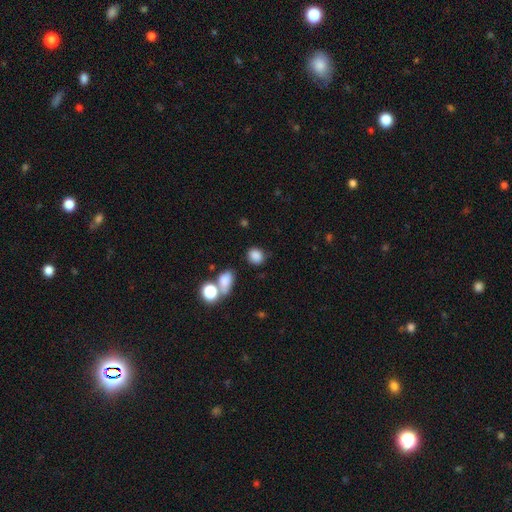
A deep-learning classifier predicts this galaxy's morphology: Smooth or featured?
  - smooth: 83% *
  - star or artifact: 12%
  - featured or disk: 5%
How rounded?
  - round: 63% *
  - in between: 36%
  - cigar-shaped: 1%
Merging?
  - none: 73% *
  - minor disturbance: 14%
  - merger: 8%
  - major disturbance: 5%